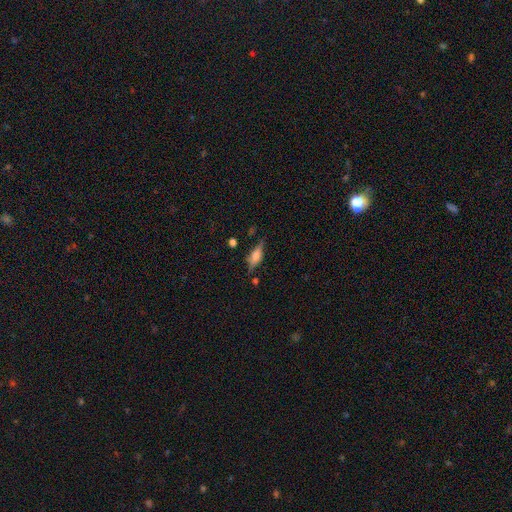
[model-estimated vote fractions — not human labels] Morphology: type=featured or disk (53%); edge-on=yes (92%); merging=none (72%).